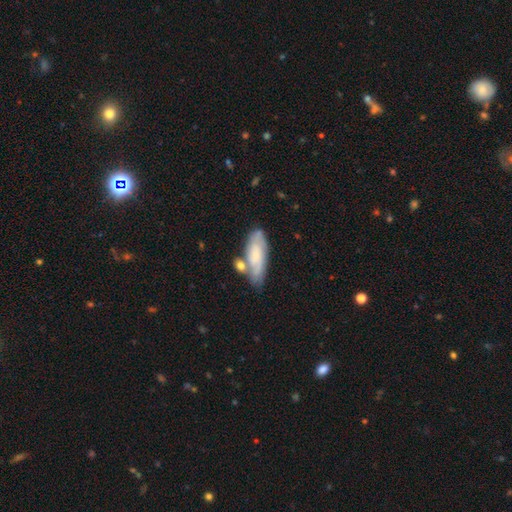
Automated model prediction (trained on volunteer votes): The model was most divided on "smooth or featured": smooth: 57%, featured or disk: 36%, star or artifact: 7%. More confident: how rounded — in between (65%); merging — none (53%).